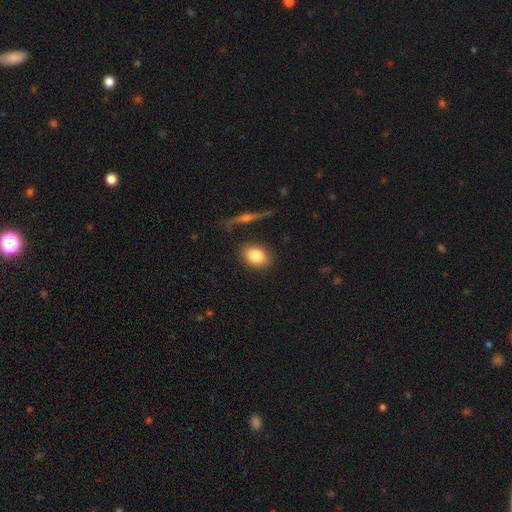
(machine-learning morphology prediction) Overall: smooth (81%). How rounded: in between (68%; round 30%). Merging: none (84%).